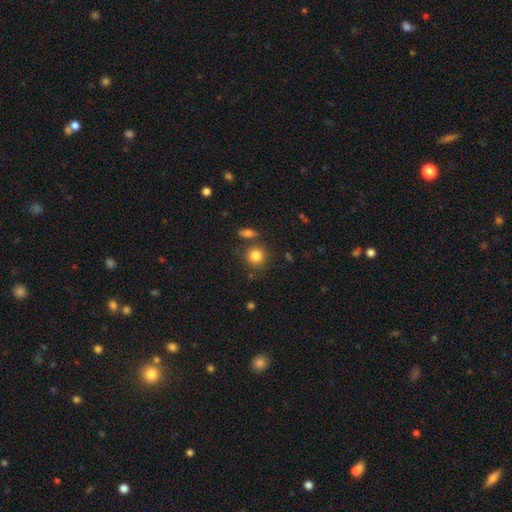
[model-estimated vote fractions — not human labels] This is clearly a smooth galaxy (83%). How rounded: clearly round (87%). Merging: likely none (74%).